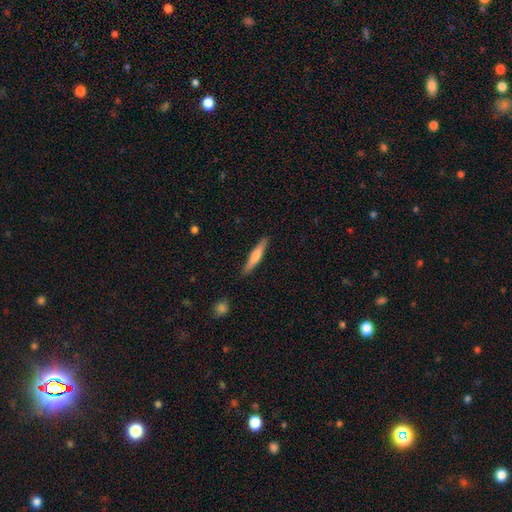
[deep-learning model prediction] This is possibly a smooth galaxy (58%). How rounded: clearly cigar-shaped (91%). Merging: clearly none (88%).